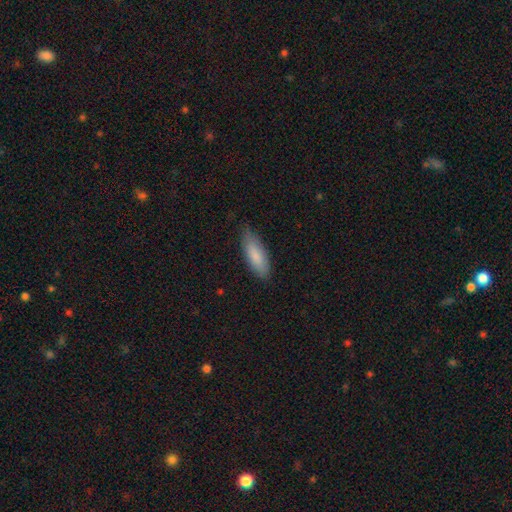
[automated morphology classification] Overall: smooth (84%). How rounded: in between (65%; cigar-shaped 33%). Merging: none (77%).